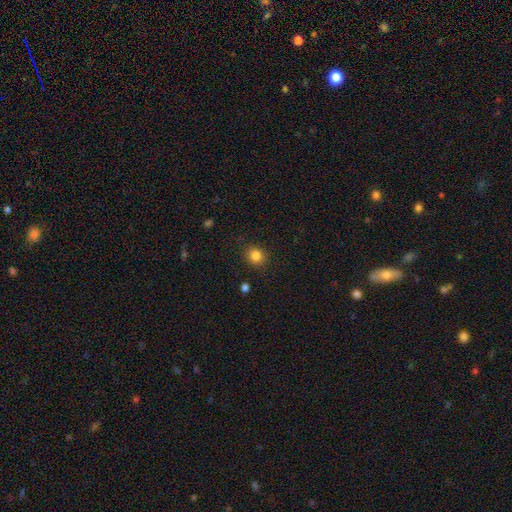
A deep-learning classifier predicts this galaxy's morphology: A smooth galaxy with no disk features (83%) that is round (86%). Merging: none (88%).